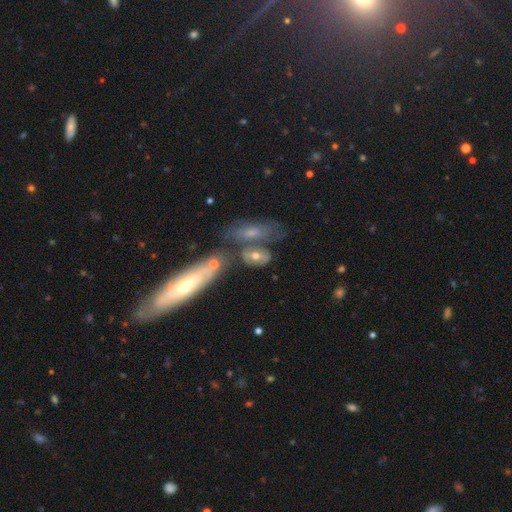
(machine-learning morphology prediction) A featured or disk galaxy (50%).

Vote fractions:
- Smooth or featured? featured or disk: 50% / smooth: 38% / star or artifact: 12%
- Edge-on disk? no: 58% / yes: 42%
- Merging? none: 53% / merger: 27% / minor disturbance: 14% / major disturbance: 6%